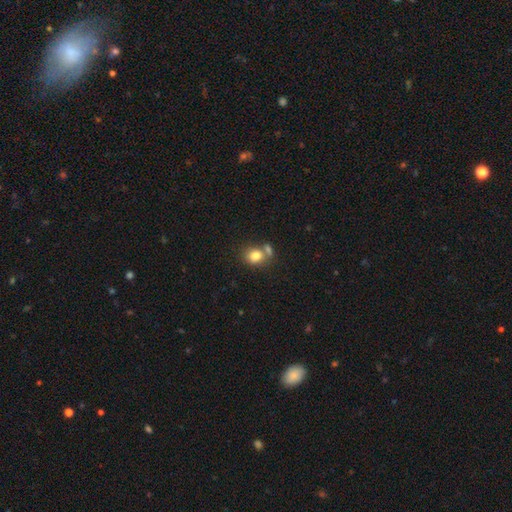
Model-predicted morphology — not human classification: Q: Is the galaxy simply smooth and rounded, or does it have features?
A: smooth — 80%.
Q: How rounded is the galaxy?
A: round — 60%.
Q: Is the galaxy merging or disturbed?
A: none — 50%.